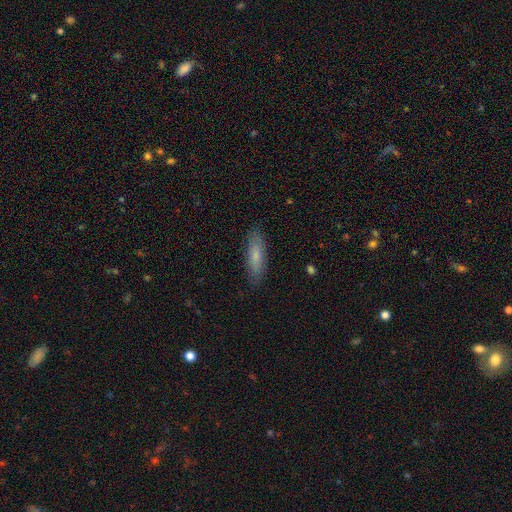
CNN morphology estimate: smooth 72%, featured or disk 22%, star or artifact 6%. Down the decision tree: how rounded — cigar-shaped (57%); merging — none (86%).